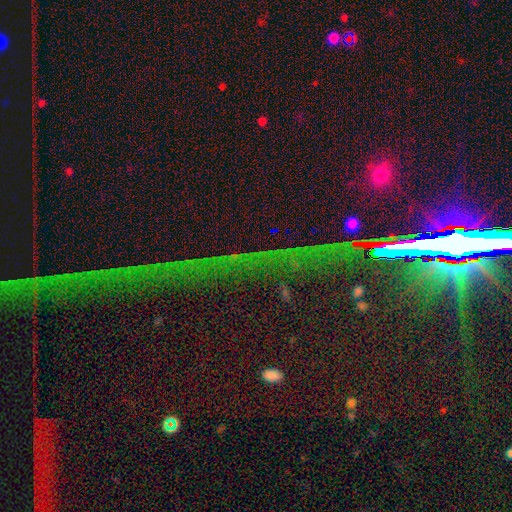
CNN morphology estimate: Smooth or featured? star or artifact (79%)